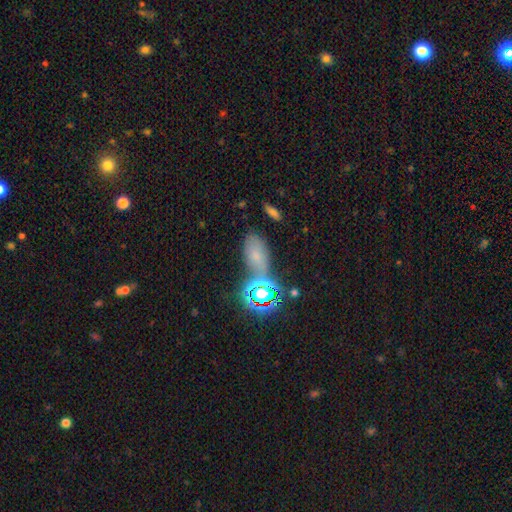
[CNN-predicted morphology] A smooth galaxy with no disk features (58%) that is in between round and cigar-shaped (88%).

Vote fractions:
- Smooth or featured? smooth: 58% / star or artifact: 30% / featured or disk: 13%
- How rounded? in between: 88% / round: 9% / cigar-shaped: 3%
- Merging? none: 57% / merger: 19% / minor disturbance: 17% / major disturbance: 7%